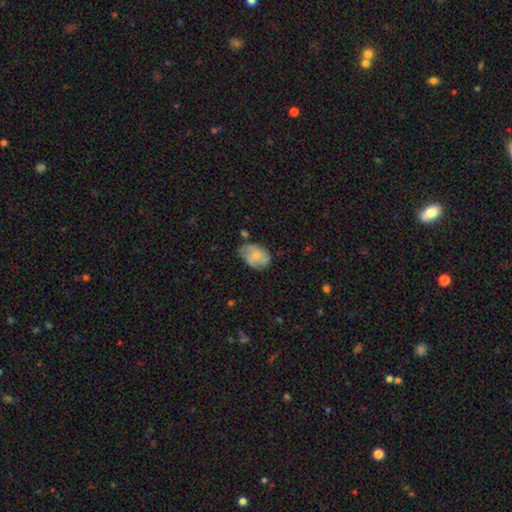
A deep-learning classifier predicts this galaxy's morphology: A smooth galaxy with no disk features (53%) that is in between round and cigar-shaped (76%).

Vote fractions:
- Smooth or featured? smooth: 53% / featured or disk: 40% / star or artifact: 8%
- How rounded? in between: 76% / round: 23% / cigar-shaped: 1%
- Merging? none: 52% / minor disturbance: 33% / major disturbance: 12% / merger: 3%